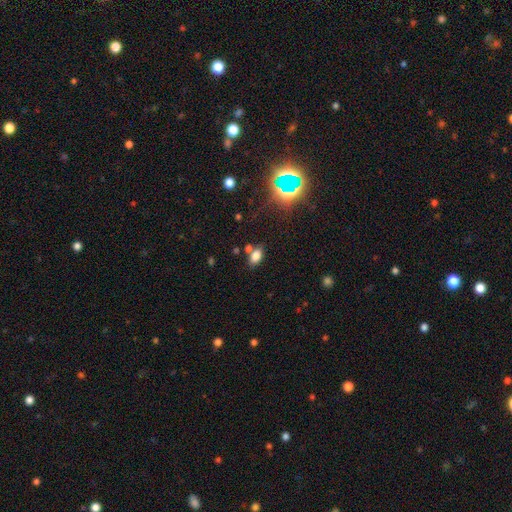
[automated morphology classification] Smooth or featured: smooth — 75% (star or artifact — 16%)
How rounded: in between — 87% (round — 10%)
Merging: none — 67% (merger — 16%)